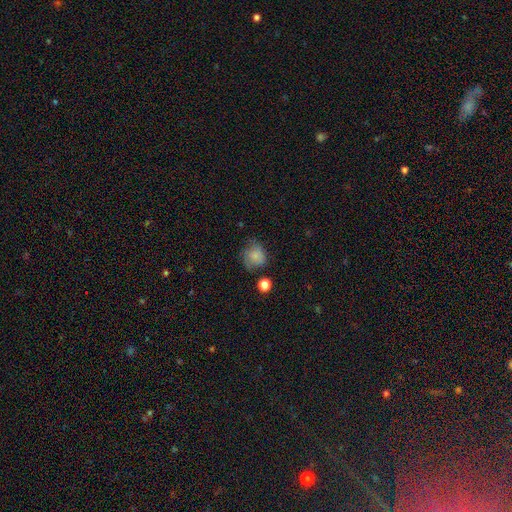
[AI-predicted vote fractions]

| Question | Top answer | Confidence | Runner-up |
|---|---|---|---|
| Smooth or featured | smooth | 75% | featured or disk (14%) |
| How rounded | round | 74% | in between (25%) |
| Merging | none | 57% | minor disturbance (27%) |